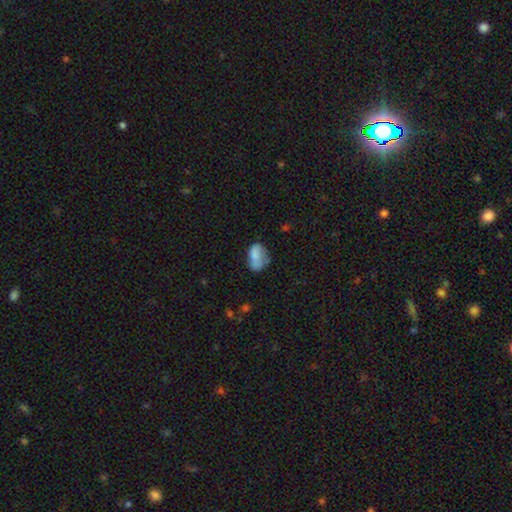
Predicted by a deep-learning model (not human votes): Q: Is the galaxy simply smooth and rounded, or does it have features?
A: smooth — 74%.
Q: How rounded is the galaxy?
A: in between — 86%.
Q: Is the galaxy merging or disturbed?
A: none — 42%.